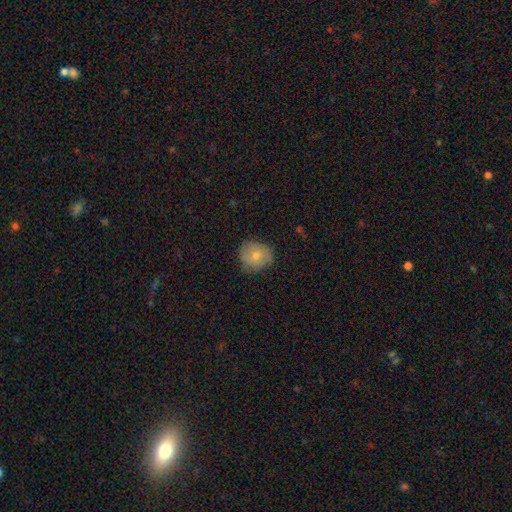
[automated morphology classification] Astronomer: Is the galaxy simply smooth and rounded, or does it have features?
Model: smooth — 73%.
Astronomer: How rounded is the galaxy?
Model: round — 83%.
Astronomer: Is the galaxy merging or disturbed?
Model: none — 73%.